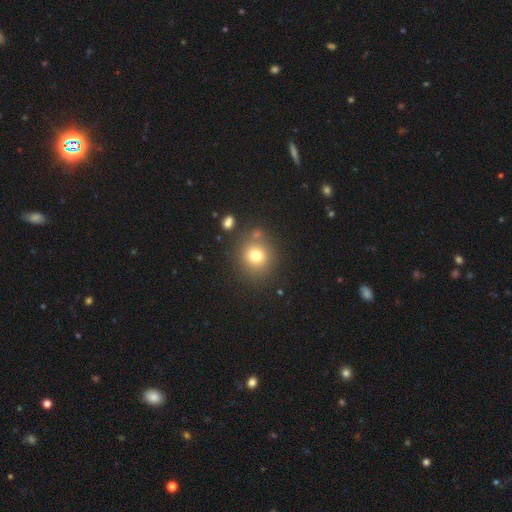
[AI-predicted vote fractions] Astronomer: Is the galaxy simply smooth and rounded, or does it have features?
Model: smooth — 76%.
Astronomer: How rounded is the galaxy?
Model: round — 86%.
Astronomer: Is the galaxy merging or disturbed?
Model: none — 78%.